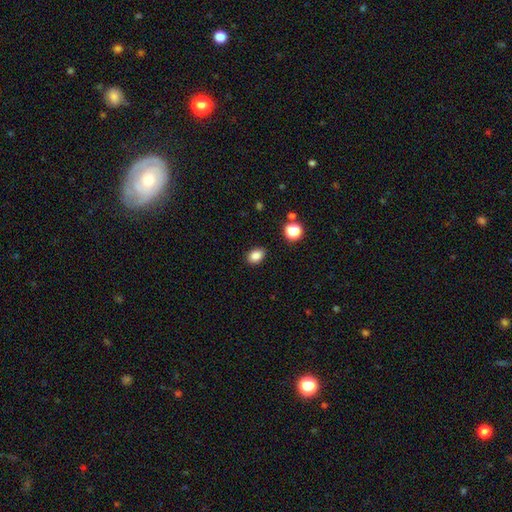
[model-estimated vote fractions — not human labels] The model was most divided on "how rounded": in between: 76%, round: 23%, cigar-shaped: 1%. More confident: merging — none (87%); smooth or featured — smooth (85%).